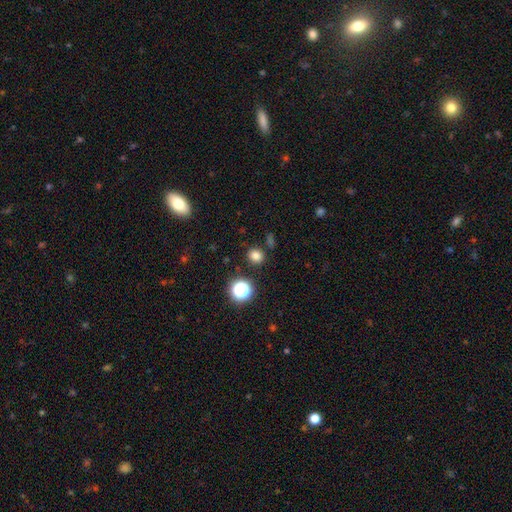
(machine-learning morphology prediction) Smooth or featured?
  - smooth: 78% *
  - star or artifact: 17%
  - featured or disk: 4%
How rounded?
  - round: 82% *
  - in between: 17%
  - cigar-shaped: 1%
Merging?
  - none: 87% *
  - minor disturbance: 7%
  - merger: 4%
  - major disturbance: 3%